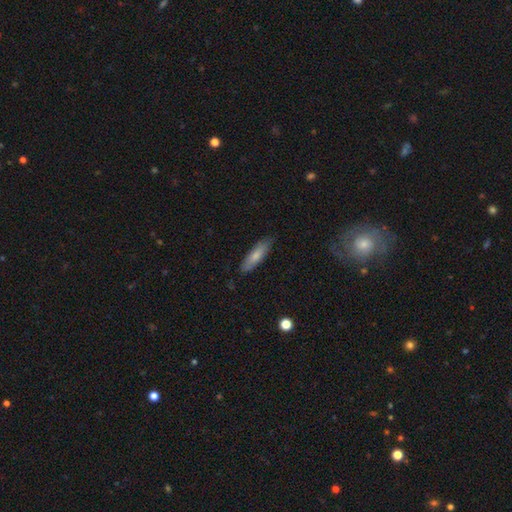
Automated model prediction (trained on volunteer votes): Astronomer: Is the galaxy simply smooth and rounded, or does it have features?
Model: smooth — 75%.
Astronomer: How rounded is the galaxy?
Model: cigar-shaped — 61% (runner-up: in between, 38%).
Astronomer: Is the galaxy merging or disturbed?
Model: none — 82%.